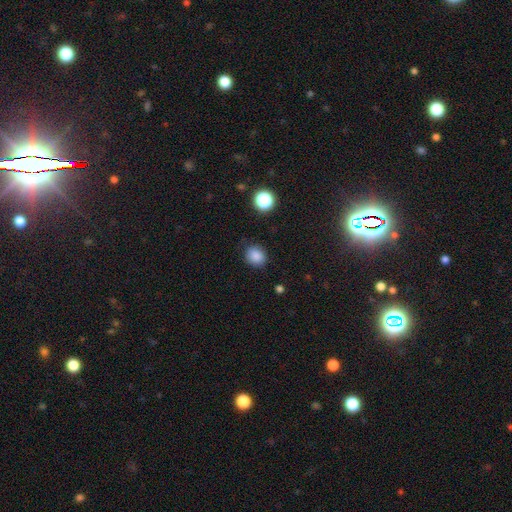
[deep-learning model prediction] smooth-or-featured: smooth: 85% | star or artifact: 11% | featured or disk: 4%
  how-rounded: round: 70% | in between: 30% | cigar-shaped: 1%
  merging: none: 85% | minor disturbance: 11% | major disturbance: 3% | merger: 1%